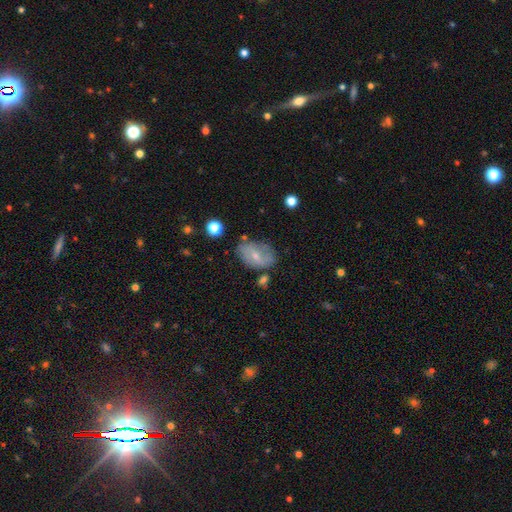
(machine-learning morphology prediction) featured or disk 50%, smooth 40%, star or artifact 10%. Down the decision tree: merging — none (59%).